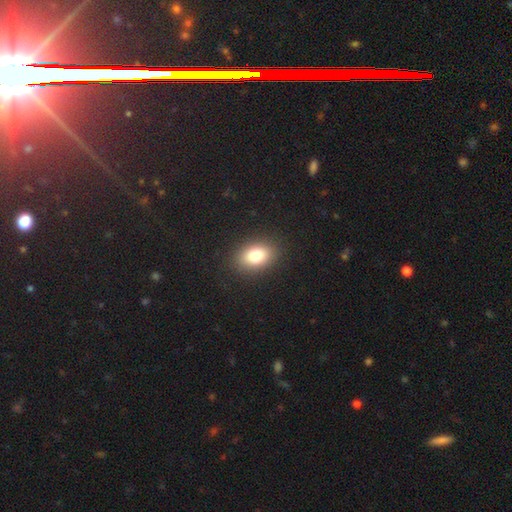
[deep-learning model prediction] A smooth galaxy with no disk features (80%) that is in between round and cigar-shaped (80%).

Vote fractions:
- Smooth or featured? smooth: 80% / star or artifact: 10% / featured or disk: 10%
- How rounded? in between: 80% / round: 19% / cigar-shaped: 1%
- Merging? none: 88% / minor disturbance: 8% / major disturbance: 3% / merger: 1%